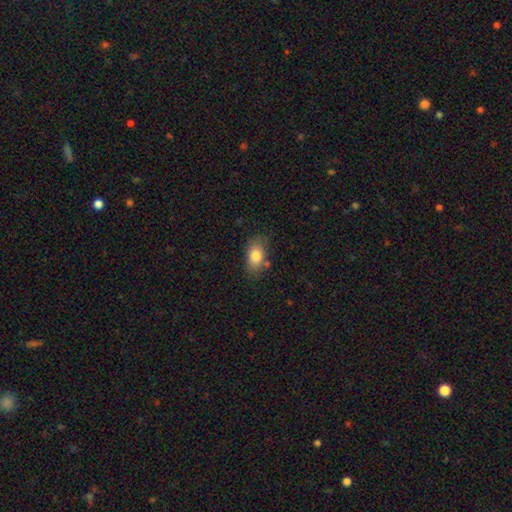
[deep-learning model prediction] Smooth or featured? smooth (81%)
How rounded? in between (87%)
Merging? none (73%)